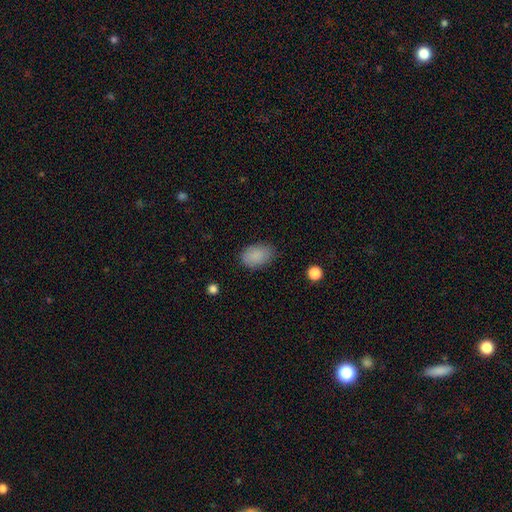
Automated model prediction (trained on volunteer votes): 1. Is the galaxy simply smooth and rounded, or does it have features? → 88% smooth, 8% star or artifact, 5% featured or disk.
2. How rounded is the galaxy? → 88% in between, 11% round, 1% cigar-shaped.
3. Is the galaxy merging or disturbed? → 78% none, 17% minor disturbance, 4% major disturbance, 1% merger.